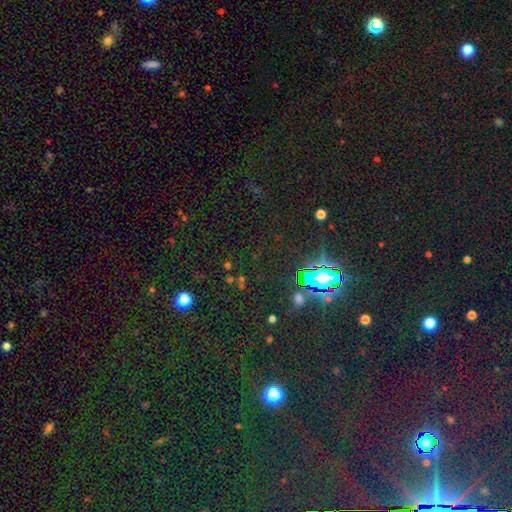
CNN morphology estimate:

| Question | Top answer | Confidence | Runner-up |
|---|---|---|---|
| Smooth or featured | star or artifact | 82% | smooth (11%) |